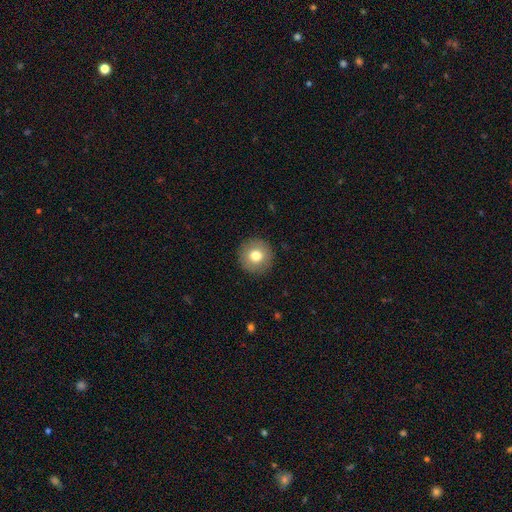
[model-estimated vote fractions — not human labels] The model was most divided on "smooth or featured": smooth: 77%, featured or disk: 14%, star or artifact: 9%. More confident: how rounded — round (95%); merging — none (91%).